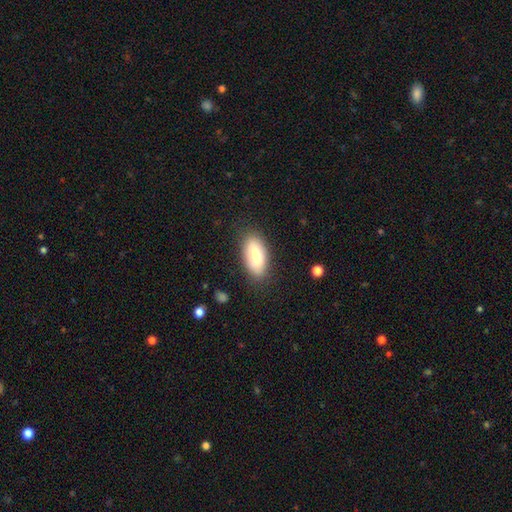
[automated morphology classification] Smooth or featured: smooth — 77% (featured or disk — 16%)
How rounded: in between — 88% (cigar-shaped — 9%)
Merging: none — 82% (minor disturbance — 13%)